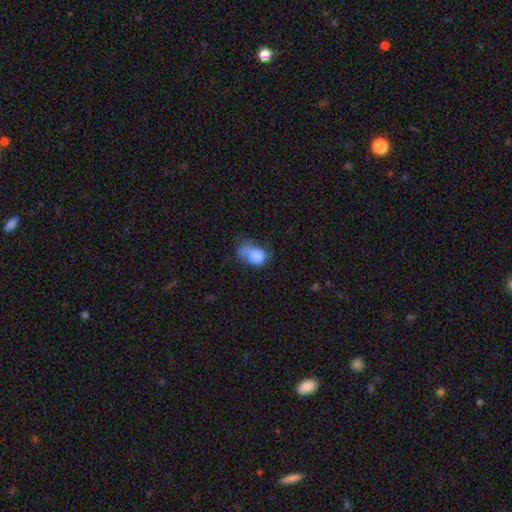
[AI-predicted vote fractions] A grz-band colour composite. It shows a smooth galaxy with no disk features (70%) that is in between round and cigar-shaped (75%). Merging: major disturbance (27%).